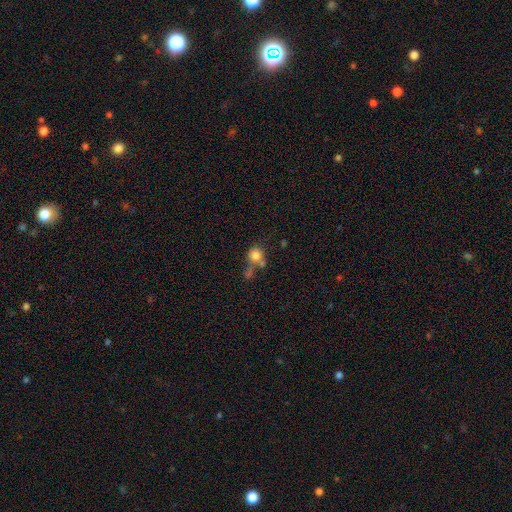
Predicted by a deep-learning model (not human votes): smooth_or_featured: smooth (p=0.78) [alt: star or artifact p=0.11]
how_rounded: round (p=0.85) [alt: in between p=0.14]
merging: none (p=0.41) [alt: merger p=0.37]